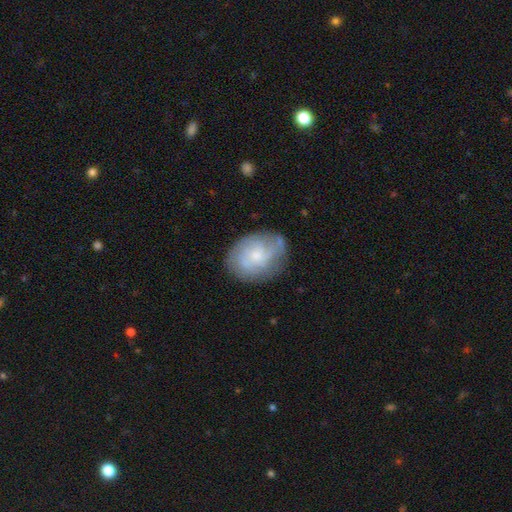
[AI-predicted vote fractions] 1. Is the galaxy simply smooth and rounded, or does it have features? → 54% featured or disk, 39% smooth, 7% star or artifact.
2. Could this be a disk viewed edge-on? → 97% no, 3% yes.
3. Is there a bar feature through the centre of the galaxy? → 76% no, 21% weak, 3% strong.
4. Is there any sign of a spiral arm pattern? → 72% yes, 28% no.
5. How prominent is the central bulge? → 58% small, 32% moderate, 6% none, 3% large, 1% dominant.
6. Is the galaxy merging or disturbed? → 69% none, 21% minor disturbance, 8% major disturbance, 2% merger.